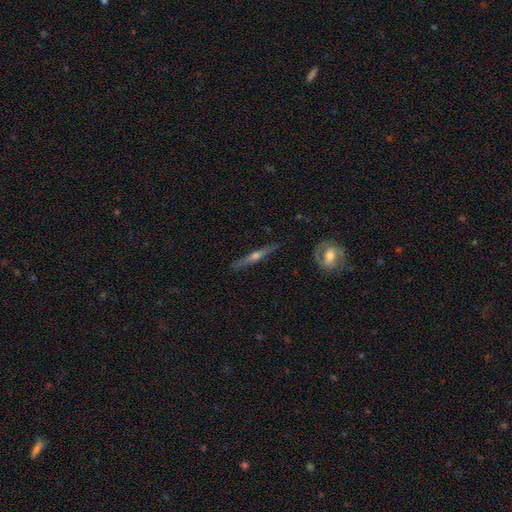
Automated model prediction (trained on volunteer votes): smooth_or_featured: featured or disk (p=0.80) [alt: smooth p=0.15]
disk_edge_on: yes (p=0.97) [alt: no p=0.03]
edge_on_bulge: rounded (p=0.89) [alt: none p=0.07]
merging: none (p=0.89) [alt: minor disturbance p=0.08]